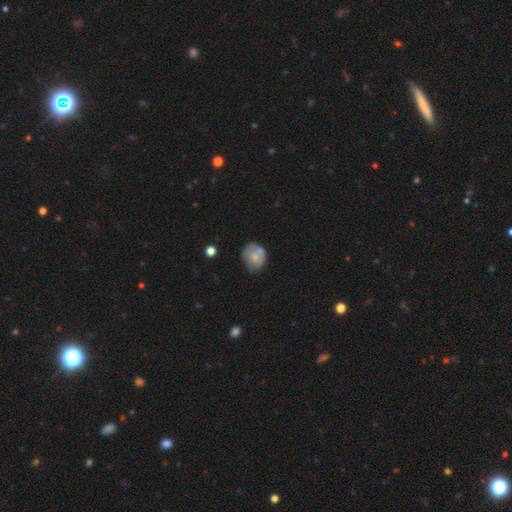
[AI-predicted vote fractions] This appears to be a smooth galaxy with no disk features (64%) that is round (65%). Merging: none (51%).